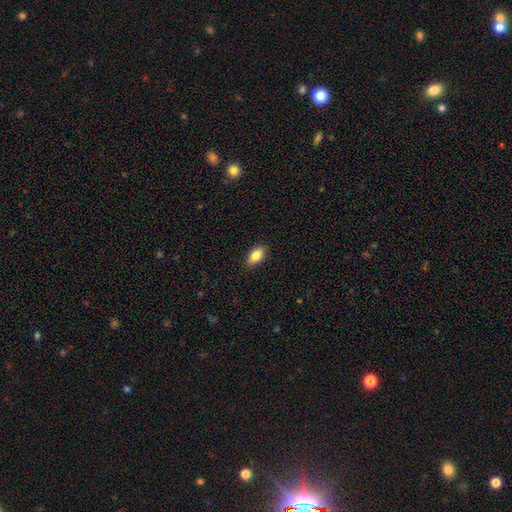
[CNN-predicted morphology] Smooth or featured: smooth — 85% (featured or disk — 8%)
How rounded: in between — 90% (cigar-shaped — 5%)
Merging: none — 87% (minor disturbance — 10%)